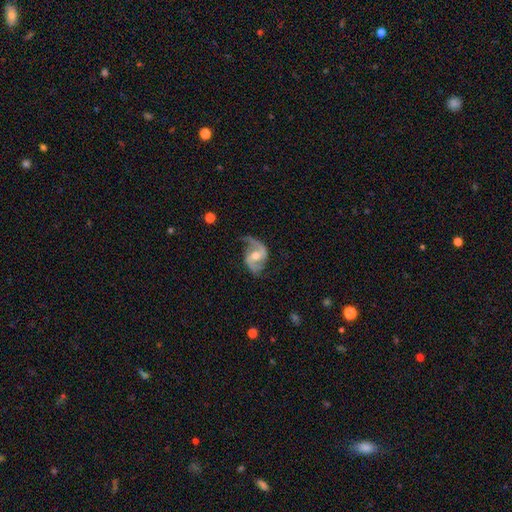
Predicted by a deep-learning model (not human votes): featured or disk 88%, smooth 7%, star or artifact 5%. Down the decision tree: edge-on disk — no (97%); bar — weak (43%); spiral arms — yes (96%); spiral arm count — 2 (88%); spiral winding — loose (53%); bulge size — moderate (70%); merging — none (65%).